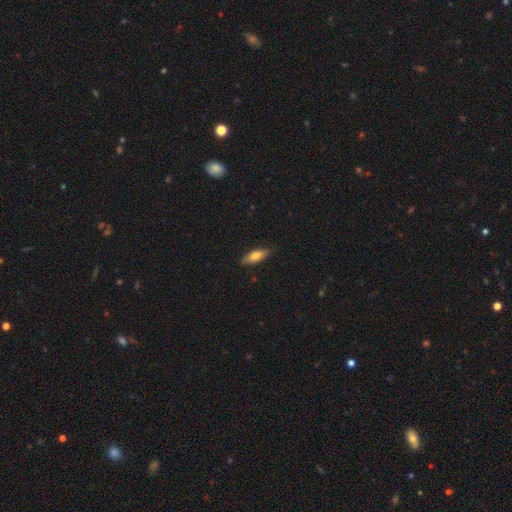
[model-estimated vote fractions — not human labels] A smooth galaxy with no disk features (72%) that is in between round and cigar-shaped (64%). Merging: none (83%).